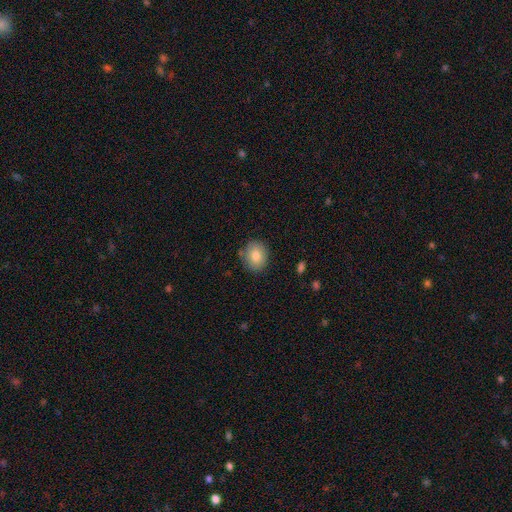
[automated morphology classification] smooth 80%, featured or disk 11%, star or artifact 8%. Down the decision tree: how rounded — round (60%); merging — none (84%).